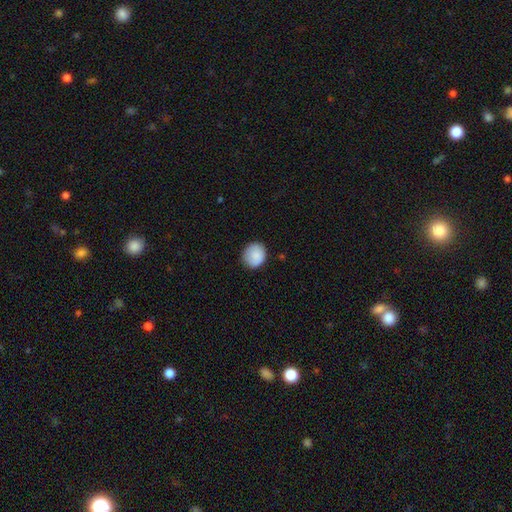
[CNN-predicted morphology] This is clearly a smooth galaxy (88%). How rounded: clearly round (84%). Merging: clearly none (83%).